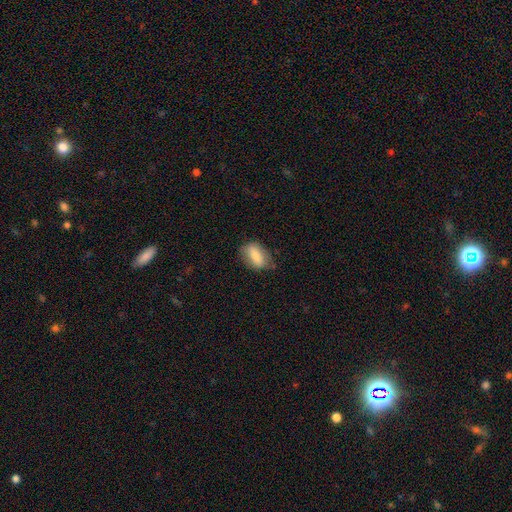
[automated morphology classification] smooth 76%, featured or disk 17%, star or artifact 7%. Down the decision tree: how rounded — in between (84%); merging — none (70%).